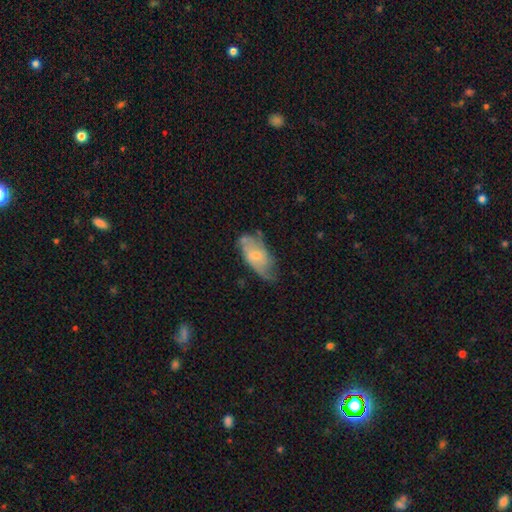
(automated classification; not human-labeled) smooth_or_featured: featured or disk (p=0.55) [alt: smooth p=0.38]
disk_edge_on: no (p=0.93) [alt: yes p=0.07]
bar: no (p=0.57) [alt: weak p=0.37]
has_spiral_arms: yes (p=0.76) [alt: no p=0.24]
bulge_size: small (p=0.52) [alt: moderate p=0.37]
merging: none (p=0.45) [alt: minor disturbance p=0.34]